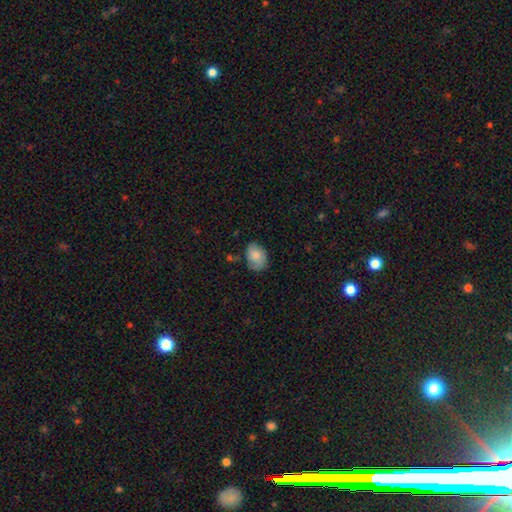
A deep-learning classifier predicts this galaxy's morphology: smooth 74%, featured or disk 19%, star or artifact 7%. Down the decision tree: how rounded — in between (79%); merging — none (60%).